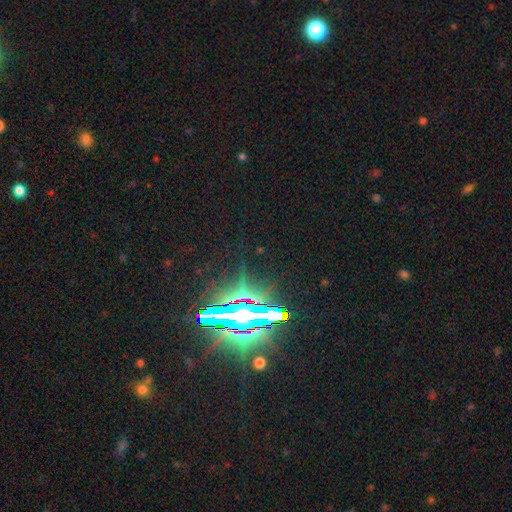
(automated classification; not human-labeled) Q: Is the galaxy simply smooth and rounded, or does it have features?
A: star or artifact — 86%.